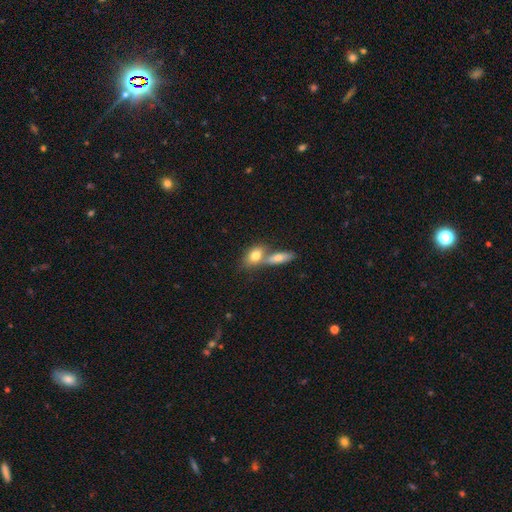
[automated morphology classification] The model was most divided on "merging": merger: 54%, none: 34%, minor disturbance: 8%, major disturbance: 3%. More confident: how rounded — in between (80%); smooth or featured — smooth (76%).